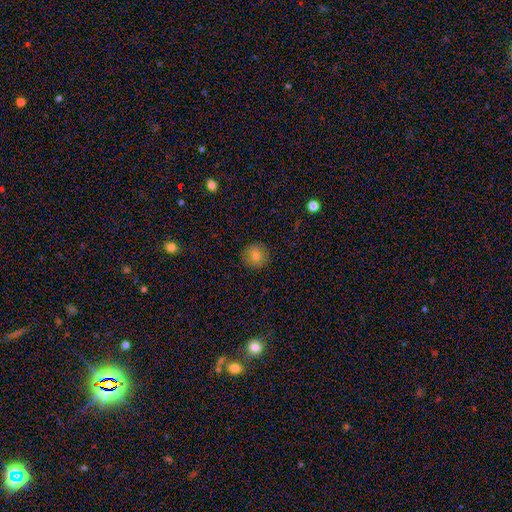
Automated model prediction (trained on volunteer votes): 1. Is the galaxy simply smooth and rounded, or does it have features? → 78% smooth, 11% star or artifact, 10% featured or disk.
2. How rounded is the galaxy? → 93% round, 6% in between, 1% cigar-shaped.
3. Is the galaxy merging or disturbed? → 90% none, 7% minor disturbance, 2% major disturbance, 1% merger.